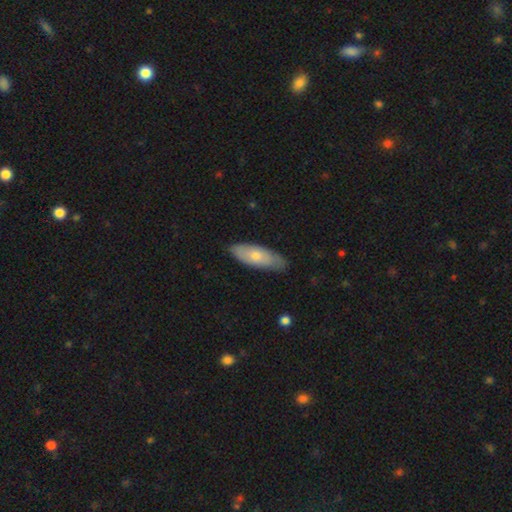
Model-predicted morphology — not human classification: Q: Smooth or featured?
A: smooth (63%); runner-up: featured or disk (32%)
Q: How rounded?
A: in between (67%); runner-up: cigar-shaped (31%)
Q: Merging?
A: none (81%); runner-up: minor disturbance (16%)